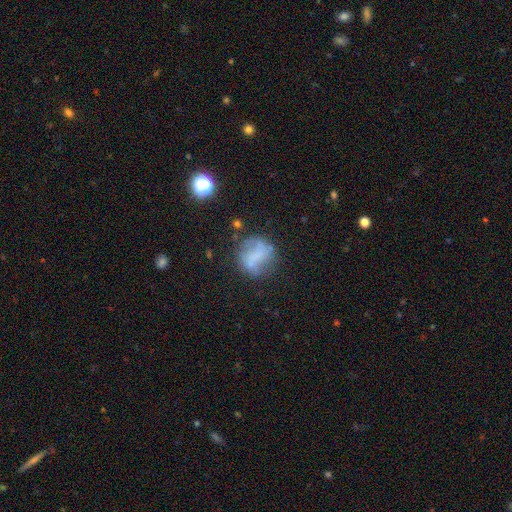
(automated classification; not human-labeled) featured or disk 45%, smooth 43%, star or artifact 12%. Down the decision tree: merging — none (55%).